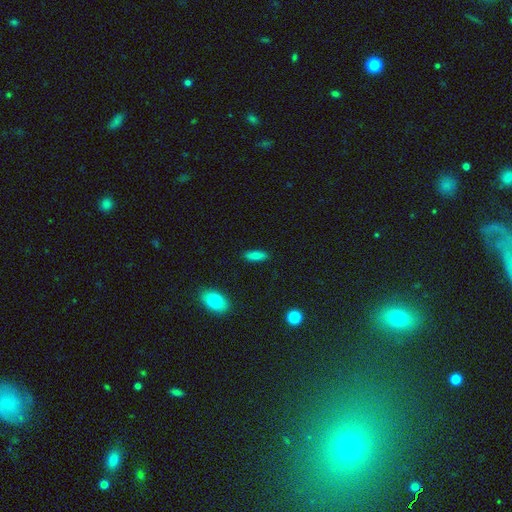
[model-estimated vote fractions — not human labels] Smooth or featured: smooth — 83% (featured or disk — 9%)
How rounded: in between — 65% (cigar-shaped — 32%)
Merging: none — 88% (minor disturbance — 9%)